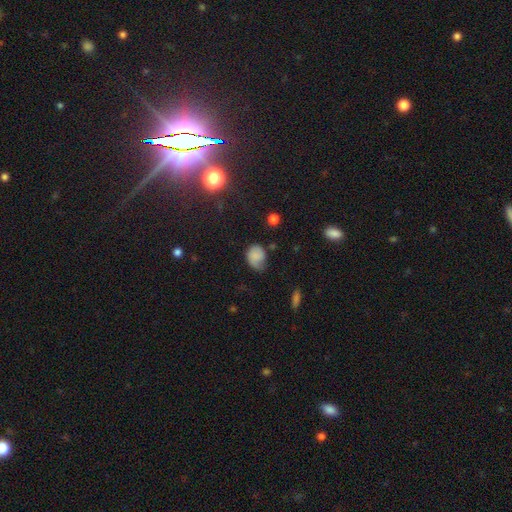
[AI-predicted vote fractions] The model was most divided on "merging": none: 42%, minor disturbance: 39%, major disturbance: 17%, merger: 2%. More confident: smooth or featured — smooth (72%); how rounded — in between (53%).